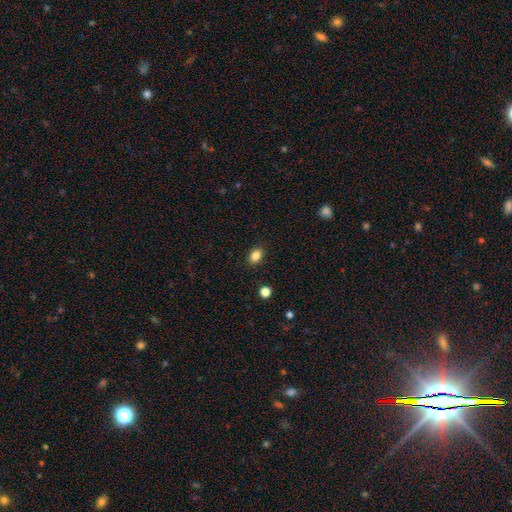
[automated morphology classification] smooth-or-featured: smooth: 85% | star or artifact: 10% | featured or disk: 5%
  how-rounded: in between: 74% | round: 25% | cigar-shaped: 1%
  merging: none: 88% | minor disturbance: 8% | major disturbance: 2% | merger: 1%